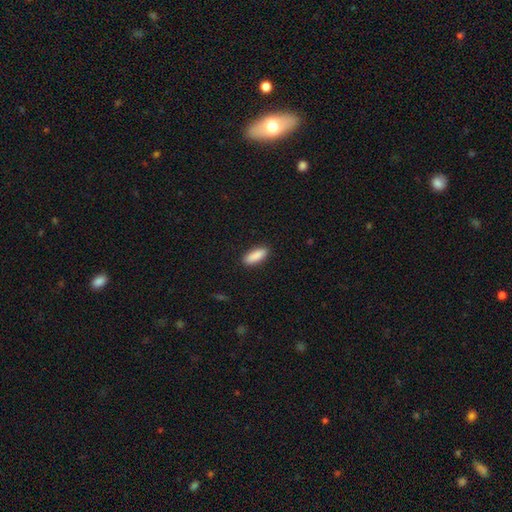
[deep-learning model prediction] A smooth galaxy with no disk features (90%) that is in between round and cigar-shaped (68%).

Vote fractions:
- Smooth or featured? smooth: 90% / star or artifact: 6% / featured or disk: 4%
- How rounded? in between: 68% / cigar-shaped: 30% / round: 2%
- Merging? none: 90% / minor disturbance: 8% / major disturbance: 2% / merger: 1%